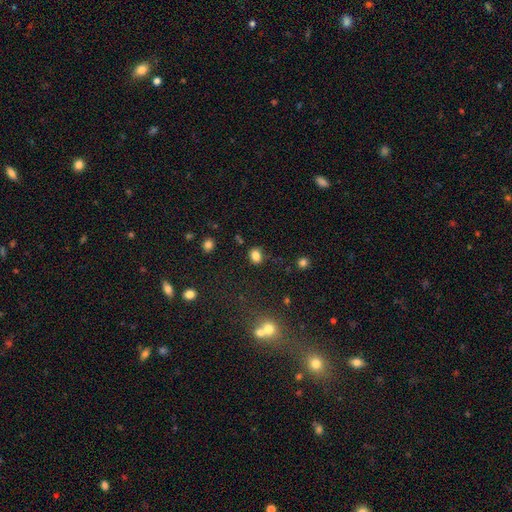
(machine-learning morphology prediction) Smooth or featured: smooth — 82% (star or artifact — 12%)
How rounded: in between — 54% (round — 45%)
Merging: none — 78% (minor disturbance — 14%)